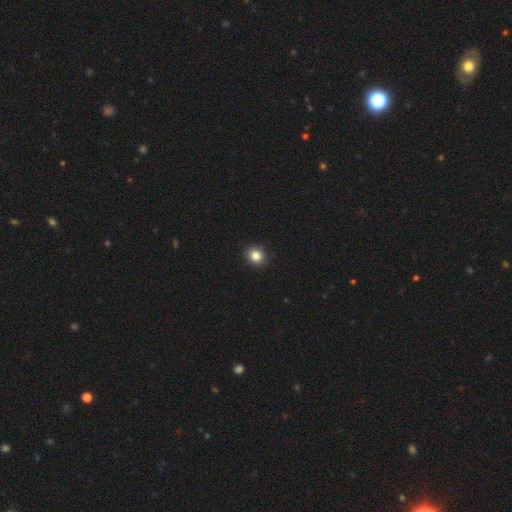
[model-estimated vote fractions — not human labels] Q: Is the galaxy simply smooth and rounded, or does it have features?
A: smooth — 83%.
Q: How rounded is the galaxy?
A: round — 82%.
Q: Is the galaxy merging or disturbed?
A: none — 92%.